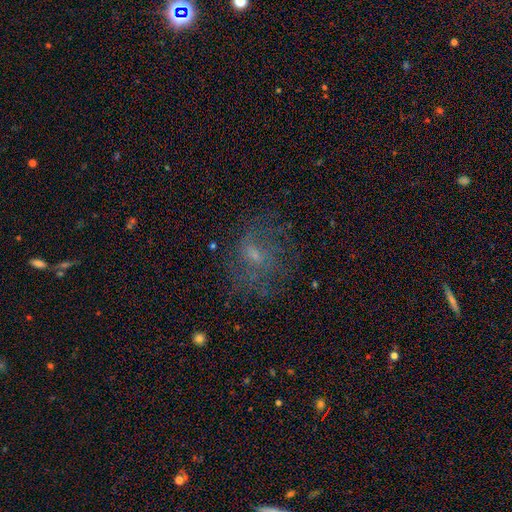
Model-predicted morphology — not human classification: smooth-or-featured: featured or disk: 44% | smooth: 33% | star or artifact: 23%
  merging: none: 61% | major disturbance: 19% | minor disturbance: 18% | merger: 2%